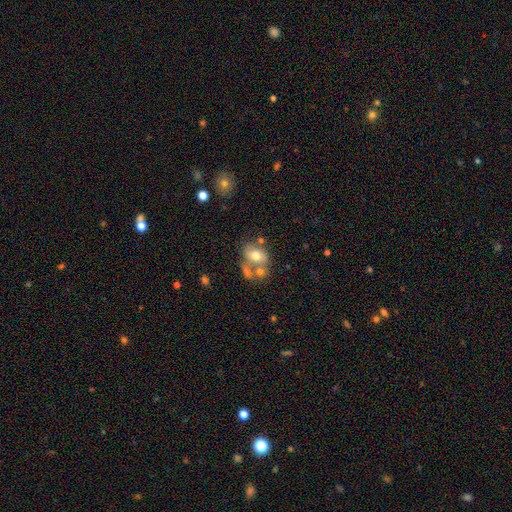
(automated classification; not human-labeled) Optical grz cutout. It shows a smooth galaxy with no disk features (62%) that is in between round and cigar-shaped (66%). Merging: merger (41%).